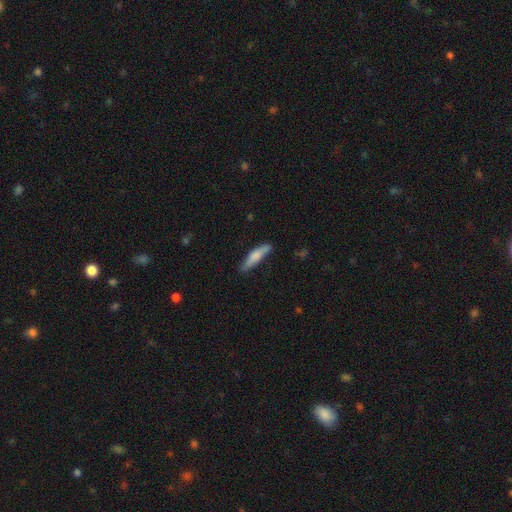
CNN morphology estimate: type=smooth (70%); roundness=cigar-shaped (77%); merging=none (77%).